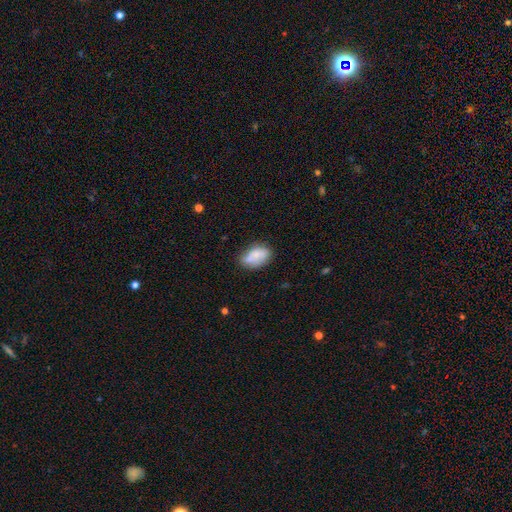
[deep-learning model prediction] Morphology: type=smooth (72%); roundness=in between (89%); merging=none (58%).